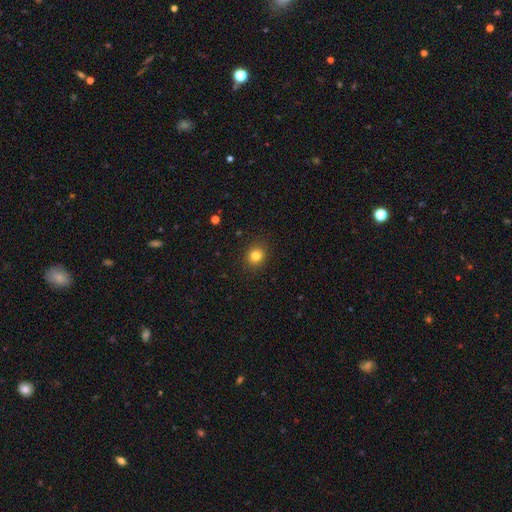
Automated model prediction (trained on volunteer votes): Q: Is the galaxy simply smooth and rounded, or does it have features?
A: smooth — 82%.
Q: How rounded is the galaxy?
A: round — 76%.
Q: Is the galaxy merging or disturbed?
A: none — 90%.